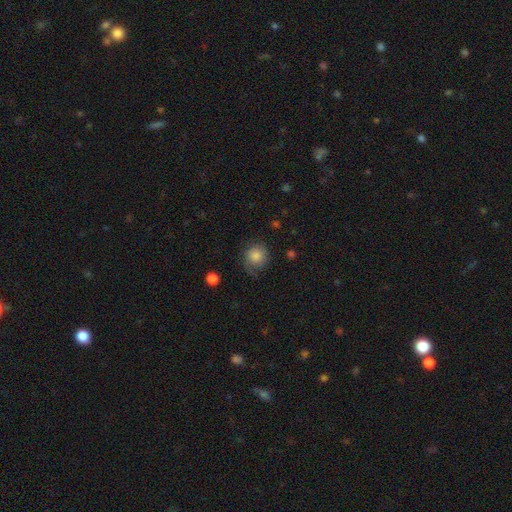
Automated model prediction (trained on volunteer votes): Smooth or featured: smooth — 80% (featured or disk — 11%)
How rounded: round — 86% (in between — 13%)
Merging: none — 63% (minor disturbance — 25%)